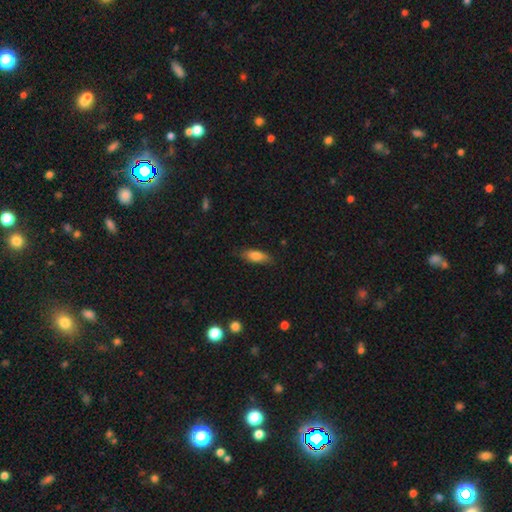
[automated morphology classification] Smooth or featured? smooth (79%)
How rounded? in between (72%)
Merging? none (81%)